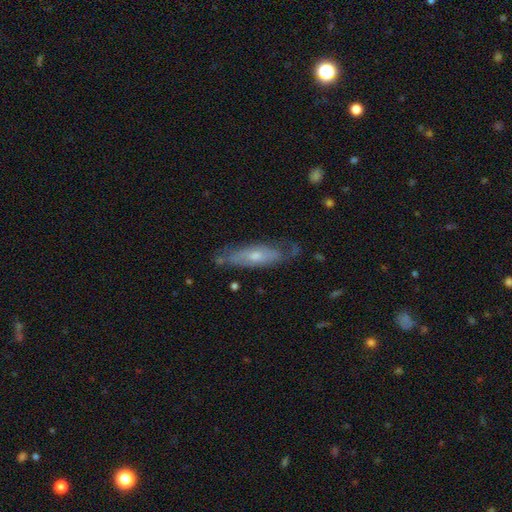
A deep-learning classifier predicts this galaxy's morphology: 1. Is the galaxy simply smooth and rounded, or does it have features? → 56% featured or disk, 38% smooth, 6% star or artifact.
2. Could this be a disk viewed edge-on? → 63% no, 37% yes.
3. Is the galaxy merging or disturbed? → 62% none, 26% minor disturbance, 9% major disturbance, 3% merger.